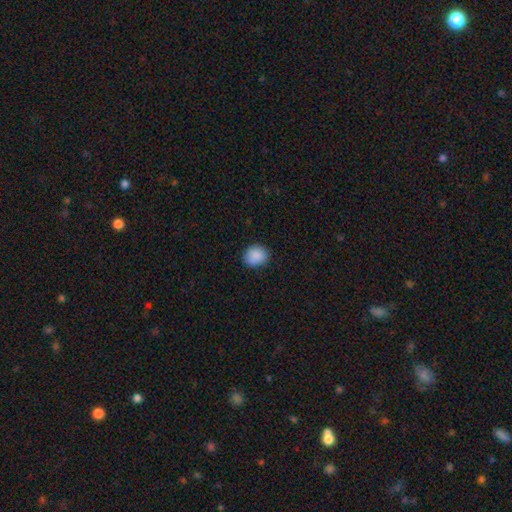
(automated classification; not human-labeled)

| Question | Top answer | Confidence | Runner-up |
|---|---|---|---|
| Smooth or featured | smooth | 88% | star or artifact (8%) |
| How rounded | round | 61% | in between (38%) |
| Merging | none | 83% | minor disturbance (13%) |